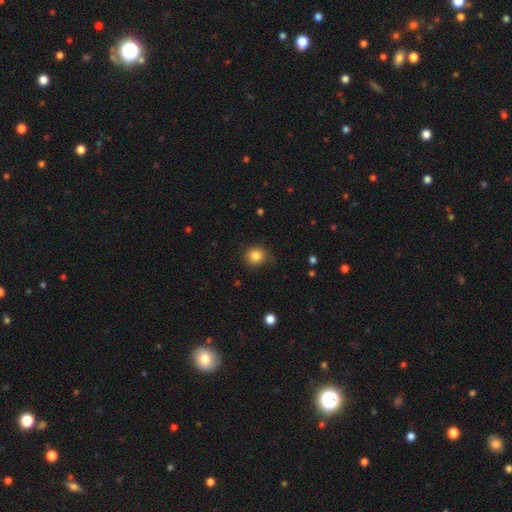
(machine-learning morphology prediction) Q: Smooth or featured?
A: smooth (84%); runner-up: star or artifact (11%)
Q: How rounded?
A: round (84%); runner-up: in between (15%)
Q: Merging?
A: none (82%); runner-up: minor disturbance (14%)